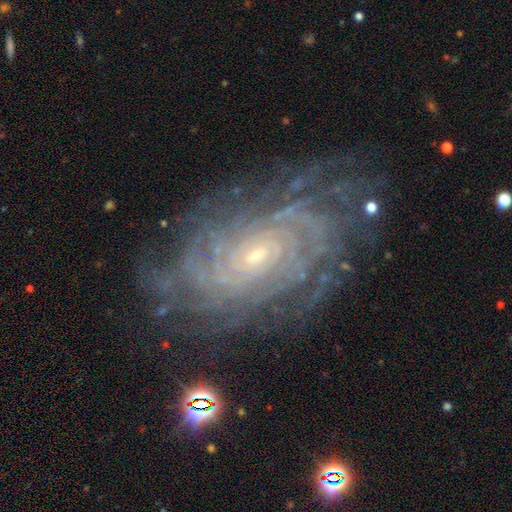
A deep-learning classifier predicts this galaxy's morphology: smooth_or_featured: featured or disk (p=0.88) [alt: star or artifact p=0.07]
disk_edge_on: no (p=0.96) [alt: yes p=0.04]
bar: no (p=0.69) [alt: weak p=0.23]
has_spiral_arms: yes (p=0.98) [alt: no p=0.02]
spiral_winding: tight (p=0.79) [alt: medium p=0.18]
spiral_arm_count: can't tell (p=0.28) [alt: more than 4 p=0.26]
bulge_size: small (p=0.82) [alt: moderate p=0.14]
merging: none (p=0.77) [alt: minor disturbance p=0.15]